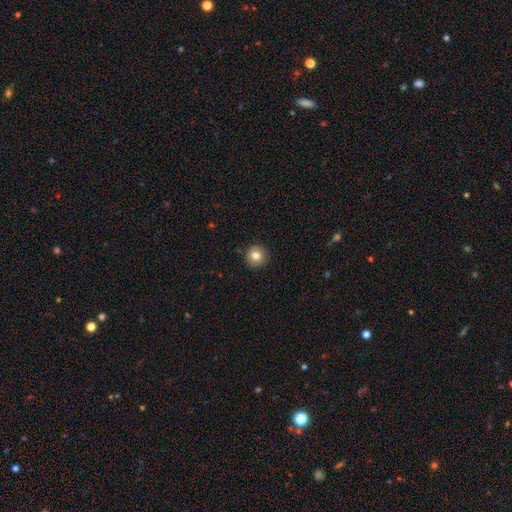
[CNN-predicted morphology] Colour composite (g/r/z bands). It shows a smooth galaxy with no disk features (81%) that is round (94%). Merging: none (91%).